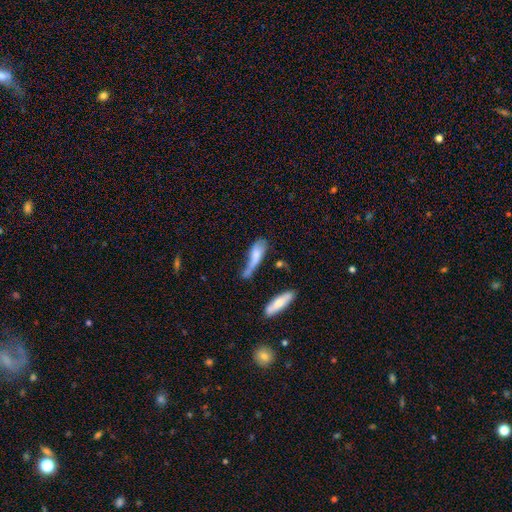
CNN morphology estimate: Overall: smooth (60%; featured or disk 32%). How rounded: cigar-shaped (51%; in between 46%). Merging: major disturbance (32%; minor disturbance 23%).